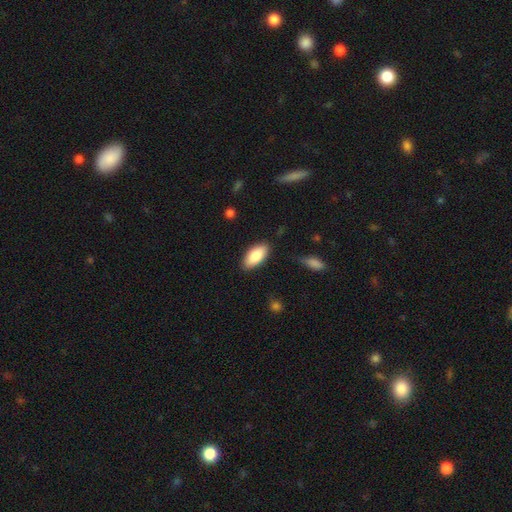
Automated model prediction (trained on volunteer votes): The model was most divided on "merging": none: 85%, minor disturbance: 11%, major disturbance: 2%, merger: 2%. More confident: how rounded — in between (90%); smooth or featured — smooth (84%).